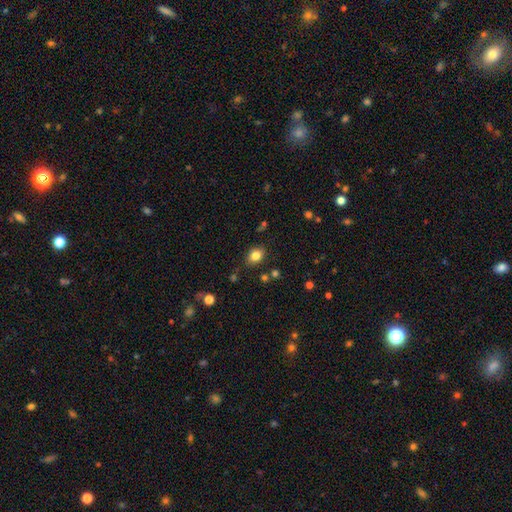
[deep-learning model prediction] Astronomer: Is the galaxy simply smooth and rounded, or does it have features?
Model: smooth — 83%.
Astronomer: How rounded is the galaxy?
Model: in between — 63%.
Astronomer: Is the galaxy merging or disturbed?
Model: none — 83%.